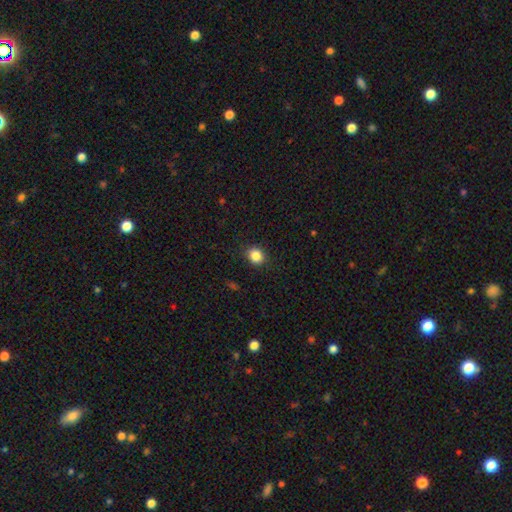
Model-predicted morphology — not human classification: smooth_or_featured: smooth (p=0.85) [alt: star or artifact p=0.11]
how_rounded: round (p=0.73) [alt: in between p=0.26]
merging: none (p=0.89) [alt: minor disturbance p=0.08]